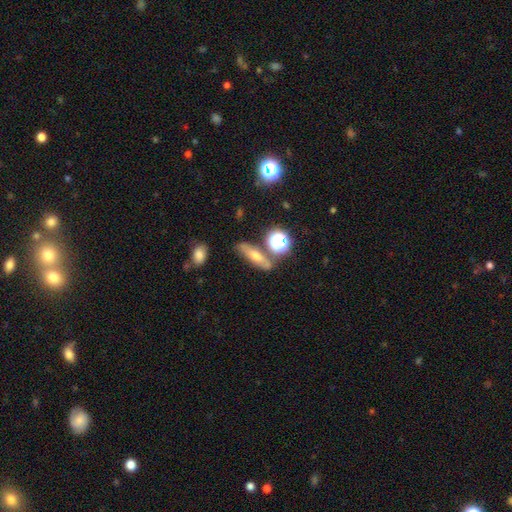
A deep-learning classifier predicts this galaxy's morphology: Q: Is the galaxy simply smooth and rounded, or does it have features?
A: smooth — 45%.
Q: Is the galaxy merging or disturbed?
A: none — 71%.